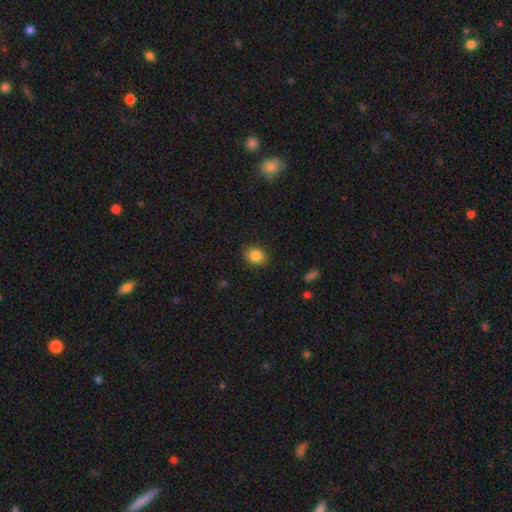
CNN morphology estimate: A smooth galaxy with no disk features (84%) that is round (51%). Merging: none (89%).